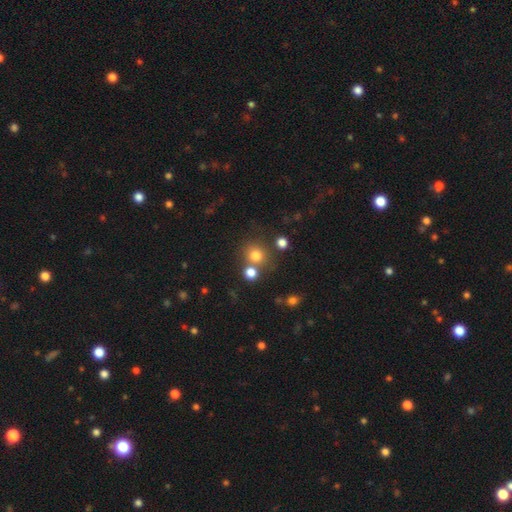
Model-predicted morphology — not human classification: A smooth galaxy with no disk features (76%) that is round (87%). Merging: none (67%).